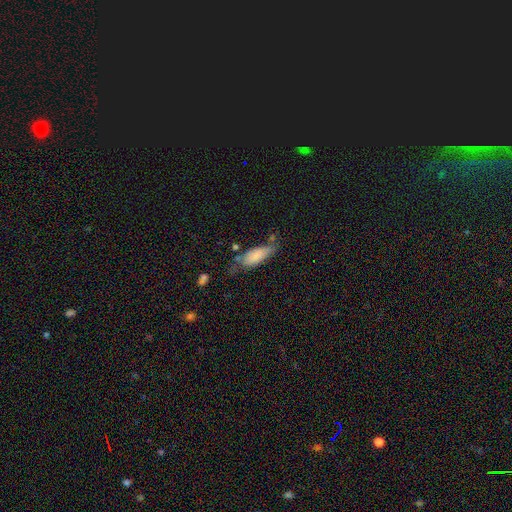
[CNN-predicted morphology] The model was most divided on "merging": none: 42%, minor disturbance: 35%, major disturbance: 15%, merger: 8%. More confident: smooth or featured — smooth (78%); how rounded — in between (71%).